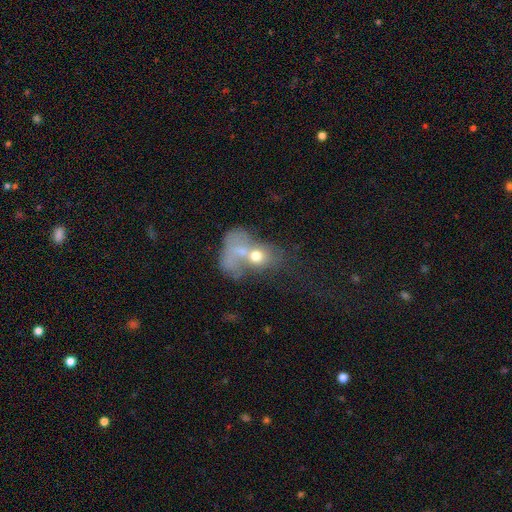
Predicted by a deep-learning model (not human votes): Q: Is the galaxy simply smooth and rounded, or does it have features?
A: smooth — 54%.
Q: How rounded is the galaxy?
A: in between — 61%.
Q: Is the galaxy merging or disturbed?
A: merger — 71%.